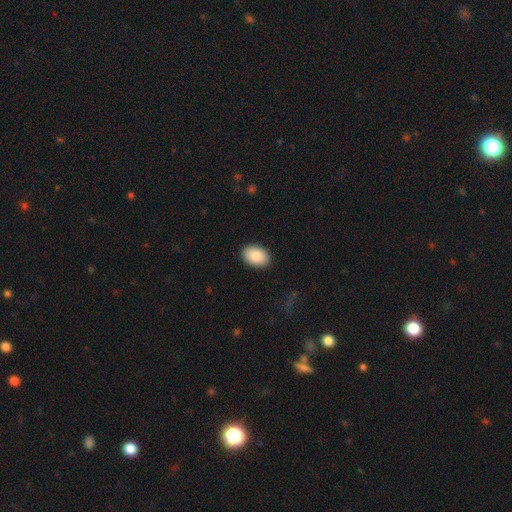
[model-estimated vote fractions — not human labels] smooth_or_featured: smooth (p=0.90) [alt: star or artifact p=0.06]
how_rounded: in between (p=0.87) [alt: round p=0.12]
merging: none (p=0.90) [alt: minor disturbance p=0.07]